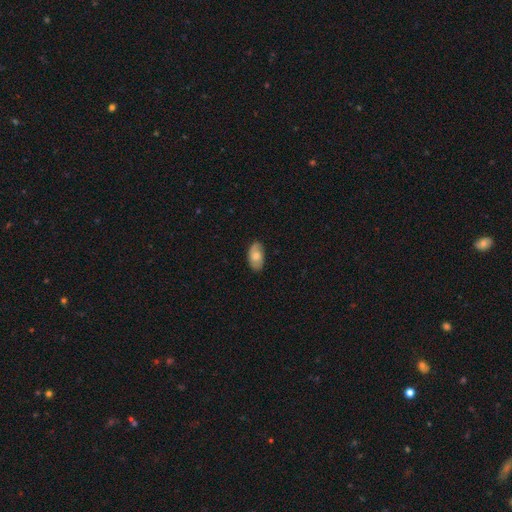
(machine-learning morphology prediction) Smooth or featured?
  - smooth: 66% *
  - featured or disk: 27%
  - star or artifact: 7%
How rounded?
  - in between: 94% *
  - round: 4%
  - cigar-shaped: 3%
Merging?
  - none: 80% *
  - minor disturbance: 16%
  - major disturbance: 3%
  - merger: 1%